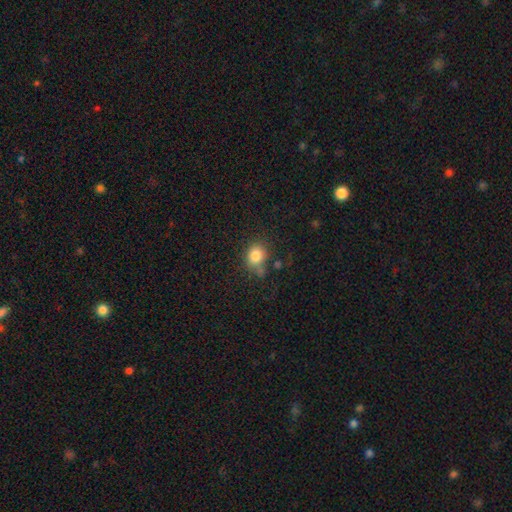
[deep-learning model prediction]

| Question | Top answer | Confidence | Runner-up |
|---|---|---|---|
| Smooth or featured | smooth | 83% | star or artifact (11%) |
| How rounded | round | 66% | in between (33%) |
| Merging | none | 62% | minor disturbance (20%) |